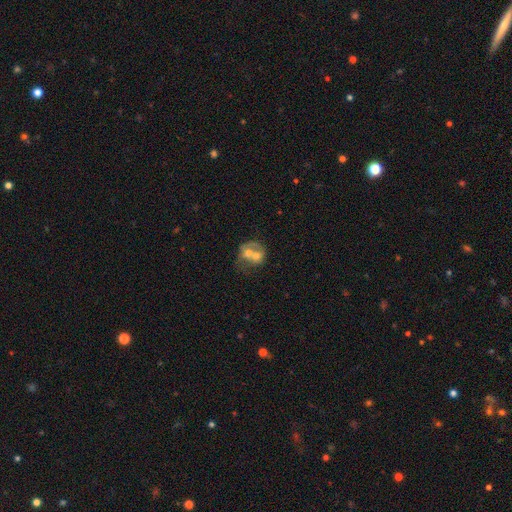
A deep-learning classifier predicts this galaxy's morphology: This appears to be a featured or disk galaxy (50%). Merging: merger (76%).